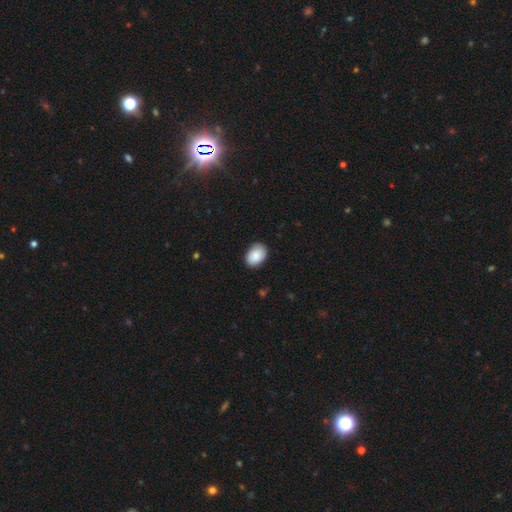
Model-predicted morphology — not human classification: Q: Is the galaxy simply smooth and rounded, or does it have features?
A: smooth — 88%.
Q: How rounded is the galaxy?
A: in between — 83%.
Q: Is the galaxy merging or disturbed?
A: none — 85%.